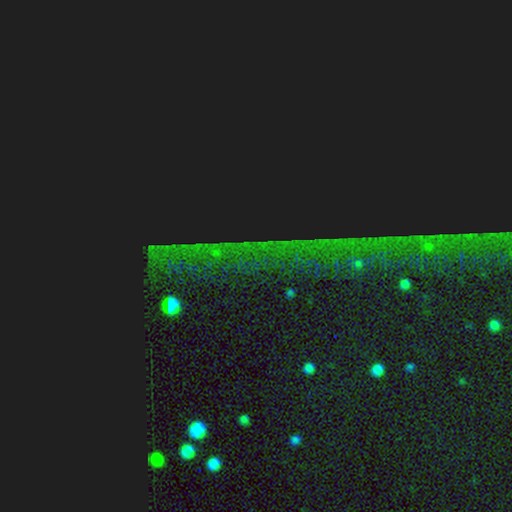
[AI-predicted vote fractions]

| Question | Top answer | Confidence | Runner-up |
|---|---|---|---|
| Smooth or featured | star or artifact | 87% | smooth (7%) |